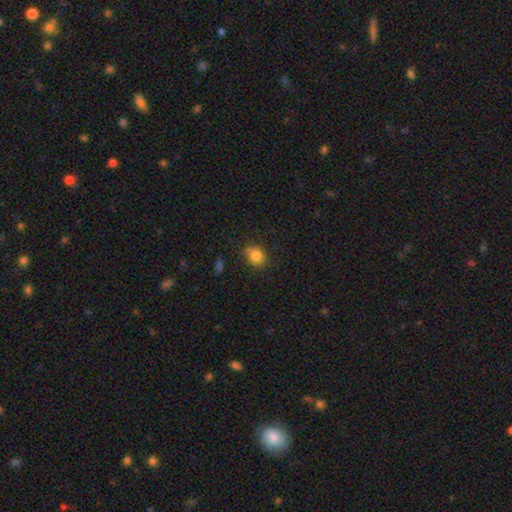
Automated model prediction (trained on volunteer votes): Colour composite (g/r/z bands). It shows a smooth galaxy with no disk features (83%) that is round (61%). Merging: none (74%).